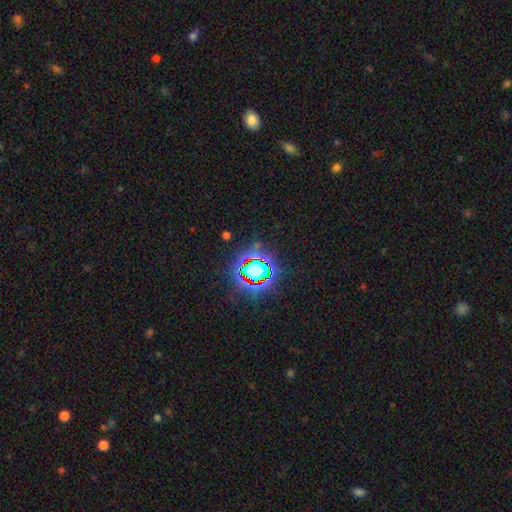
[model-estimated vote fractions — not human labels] Overall: star or artifact (79%).